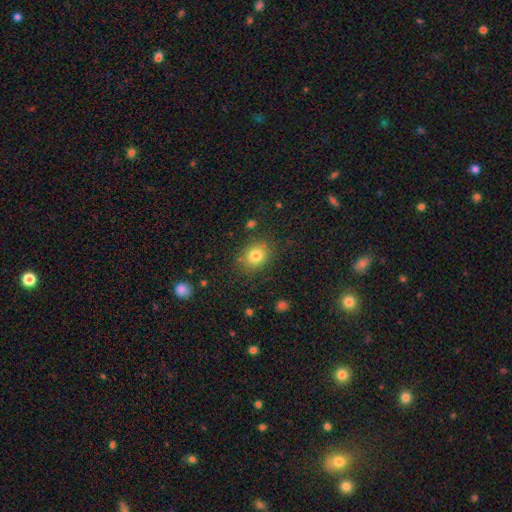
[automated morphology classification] A smooth galaxy with no disk features (80%) that is round (63%).

Vote fractions:
- Smooth or featured? smooth: 80% / star or artifact: 12% / featured or disk: 8%
- How rounded? round: 63% / in between: 36% / cigar-shaped: 1%
- Merging? none: 82% / minor disturbance: 11% / major disturbance: 4% / merger: 3%